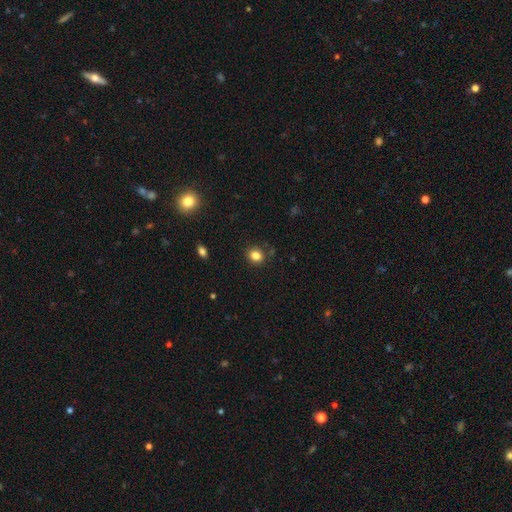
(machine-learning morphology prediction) smooth-or-featured: smooth: 83% | star or artifact: 11% | featured or disk: 5%
  how-rounded: round: 67% | in between: 32% | cigar-shaped: 1%
  merging: none: 84% | minor disturbance: 10% | major disturbance: 3% | merger: 2%